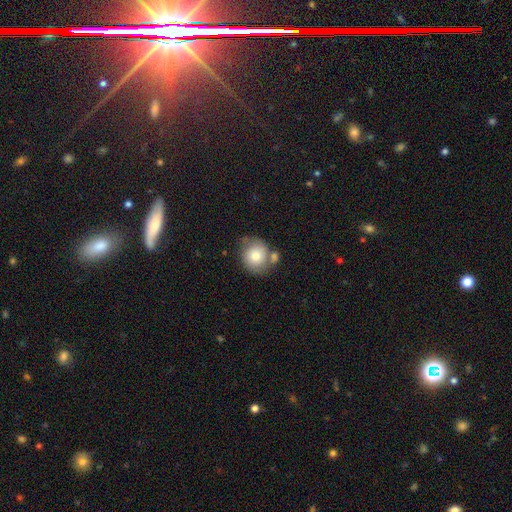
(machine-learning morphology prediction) A smooth galaxy with no disk features (75%) that is round (81%).

Vote fractions:
- Smooth or featured? smooth: 75% / featured or disk: 18% / star or artifact: 8%
- How rounded? round: 81% / in between: 18% / cigar-shaped: 1%
- Merging? none: 52% / merger: 23% / minor disturbance: 19% / major disturbance: 6%